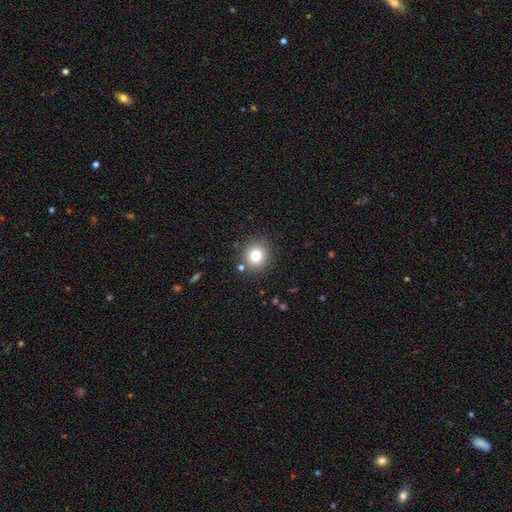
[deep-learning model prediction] Smooth or featured?
  - smooth: 79% *
  - star or artifact: 13%
  - featured or disk: 8%
How rounded?
  - round: 90% *
  - in between: 10%
  - cigar-shaped: 1%
Merging?
  - none: 85% *
  - minor disturbance: 8%
  - merger: 4%
  - major disturbance: 3%